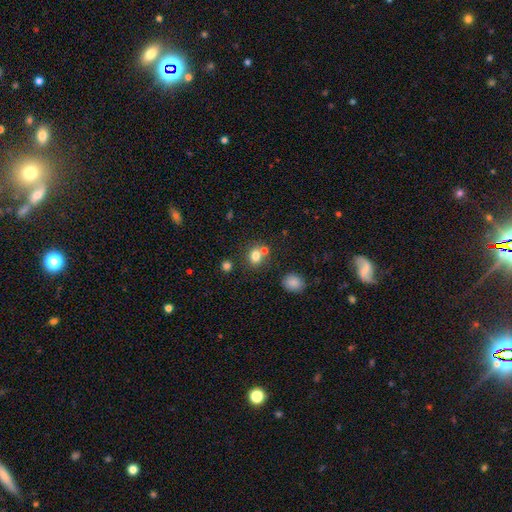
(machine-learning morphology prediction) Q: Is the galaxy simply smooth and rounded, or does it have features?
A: smooth — 77%.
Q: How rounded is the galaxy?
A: round — 63%.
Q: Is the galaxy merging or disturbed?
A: none — 58%.